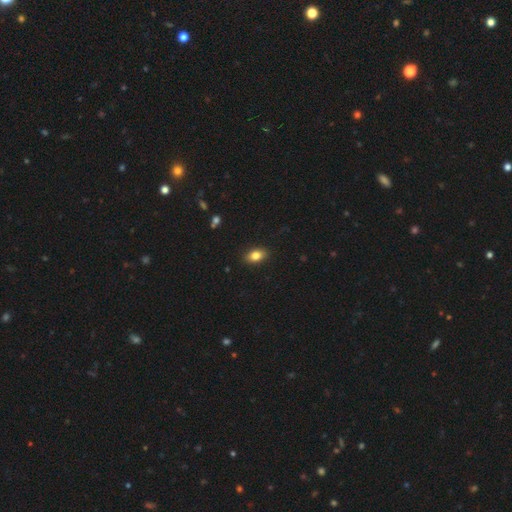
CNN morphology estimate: A smooth galaxy with no disk features (82%) that is in between round and cigar-shaped (84%). Merging: none (88%).